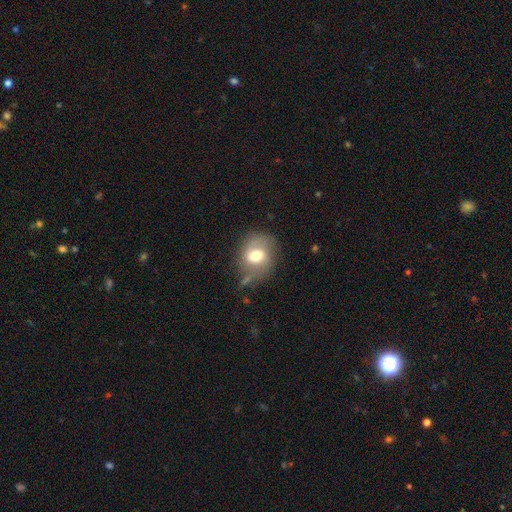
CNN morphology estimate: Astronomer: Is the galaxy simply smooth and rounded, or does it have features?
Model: smooth — 49% (runner-up: featured or disk, 43%).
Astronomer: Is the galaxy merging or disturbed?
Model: none — 59%.